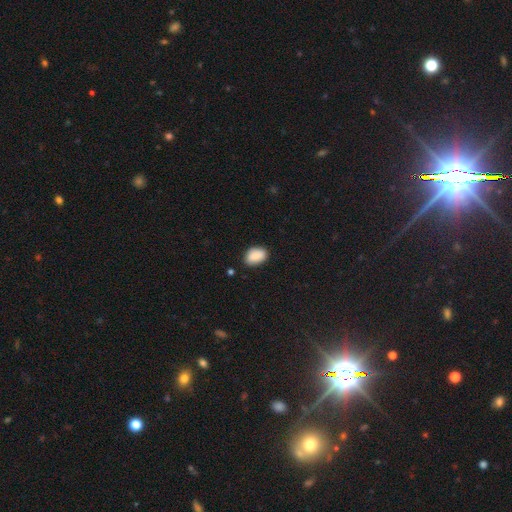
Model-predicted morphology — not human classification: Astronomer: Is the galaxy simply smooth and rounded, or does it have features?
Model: smooth — 87%.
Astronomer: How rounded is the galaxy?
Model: in between — 84%.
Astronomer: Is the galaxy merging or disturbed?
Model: none — 81%.